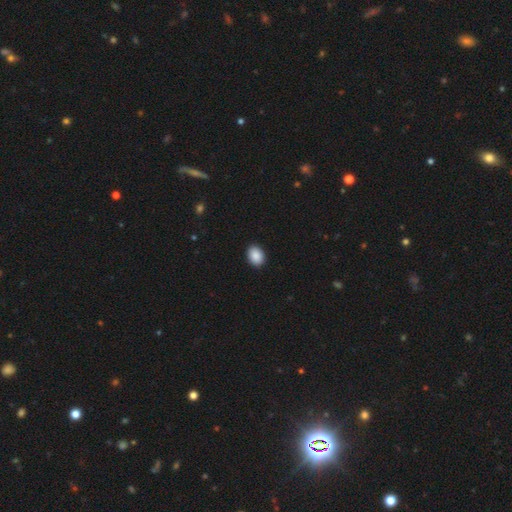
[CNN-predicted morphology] Smooth or featured?
  - smooth: 89% *
  - star or artifact: 8%
  - featured or disk: 3%
How rounded?
  - in between: 70% *
  - round: 29%
  - cigar-shaped: 1%
Merging?
  - none: 91% *
  - minor disturbance: 6%
  - major disturbance: 2%
  - merger: 1%